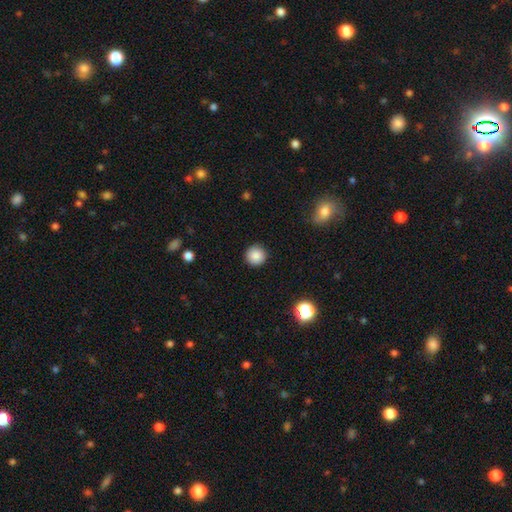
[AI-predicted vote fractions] smooth-or-featured: smooth: 87% | star or artifact: 10% | featured or disk: 3%
  how-rounded: round: 96% | in between: 3% | cigar-shaped: 1%
  merging: none: 92% | minor disturbance: 5% | major disturbance: 2% | merger: 1%